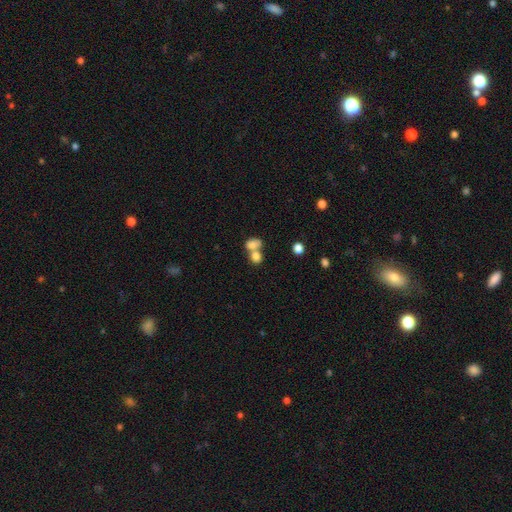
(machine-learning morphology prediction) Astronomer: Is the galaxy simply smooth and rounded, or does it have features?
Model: smooth — 80%.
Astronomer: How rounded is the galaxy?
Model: round — 53% (runner-up: in between, 45%).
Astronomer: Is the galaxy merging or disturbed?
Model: merger — 60%.